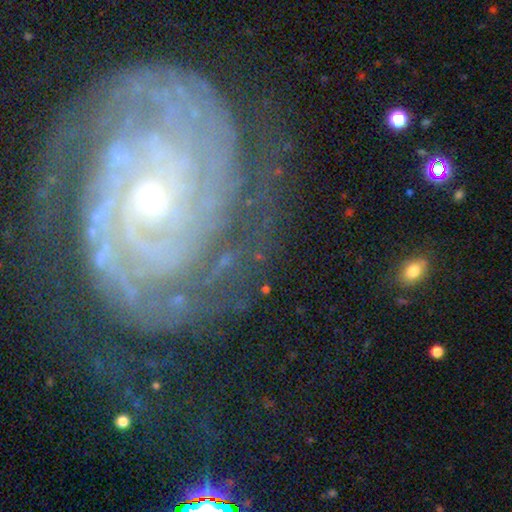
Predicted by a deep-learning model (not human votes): featured or disk 90%, star or artifact 6%, smooth 4%. Down the decision tree: edge-on disk — no (98%); bar — no (74%); spiral arms — yes (98%); spiral arm count — 2 (41%); spiral winding — tight (79%); bulge size — small (78%); merging — none (71%).